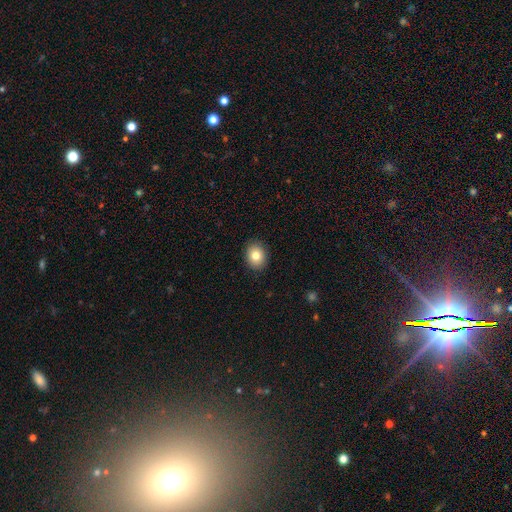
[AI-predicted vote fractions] Smooth or featured?
  - smooth: 81% *
  - featured or disk: 10%
  - star or artifact: 9%
How rounded?
  - round: 54% *
  - in between: 45%
  - cigar-shaped: 1%
Merging?
  - none: 90% *
  - minor disturbance: 7%
  - major disturbance: 2%
  - merger: 1%